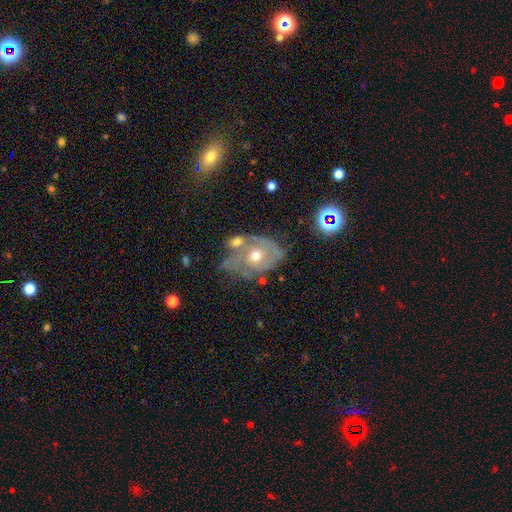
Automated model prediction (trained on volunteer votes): A featured or disk galaxy (70%) with no bar (80%), spiral arms (71%) and a moderate central bulge (71%). Merging: none (37%).